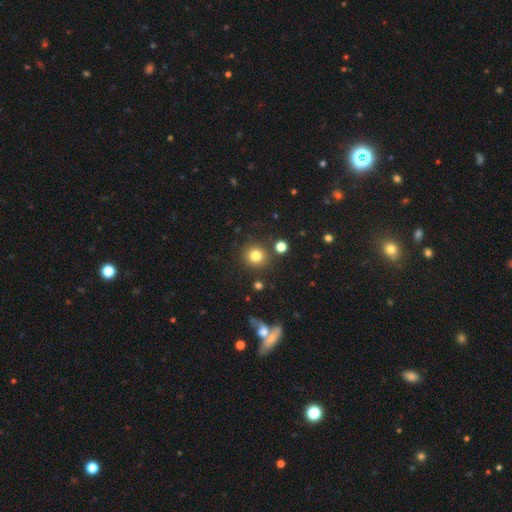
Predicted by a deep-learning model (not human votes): Q: Smooth or featured?
A: smooth (80%); runner-up: star or artifact (13%)
Q: How rounded?
A: round (90%); runner-up: in between (9%)
Q: Merging?
A: none (85%); runner-up: minor disturbance (7%)